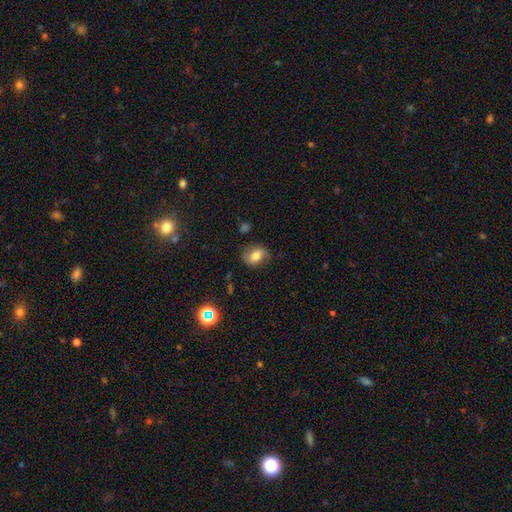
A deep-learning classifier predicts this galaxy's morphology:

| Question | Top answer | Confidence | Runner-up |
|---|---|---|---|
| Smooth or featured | smooth | 66% | featured or disk (23%) |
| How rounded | in between | 59% | round (40%) |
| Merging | none | 74% | minor disturbance (19%) |